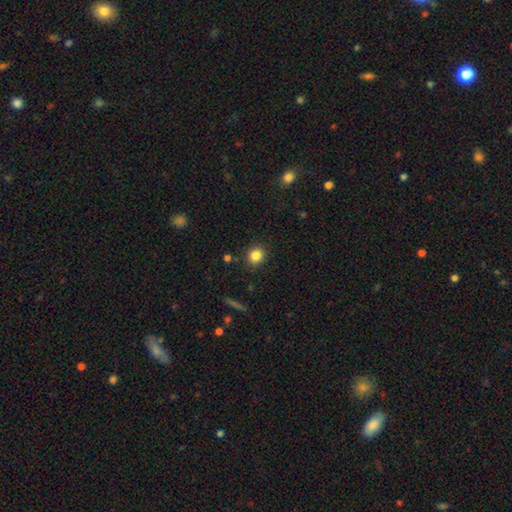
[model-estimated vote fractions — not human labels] Q: Smooth or featured?
A: smooth (84%); runner-up: star or artifact (11%)
Q: How rounded?
A: round (83%); runner-up: in between (16%)
Q: Merging?
A: none (89%); runner-up: minor disturbance (7%)